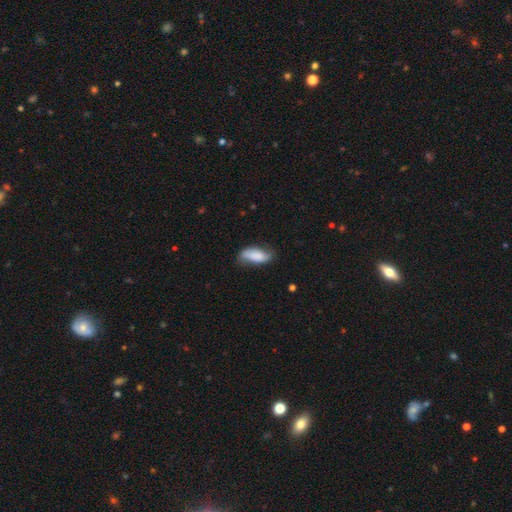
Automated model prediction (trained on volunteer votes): This is likely a smooth galaxy (72%). How rounded: clearly in between (81%). Merging: possibly none (54%).